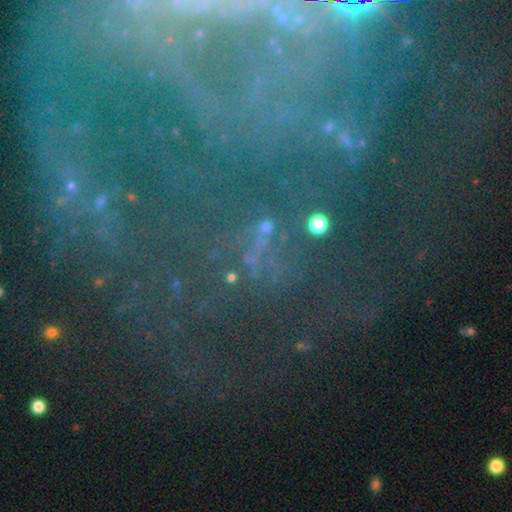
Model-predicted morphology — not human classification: type=star or artifact (60%).